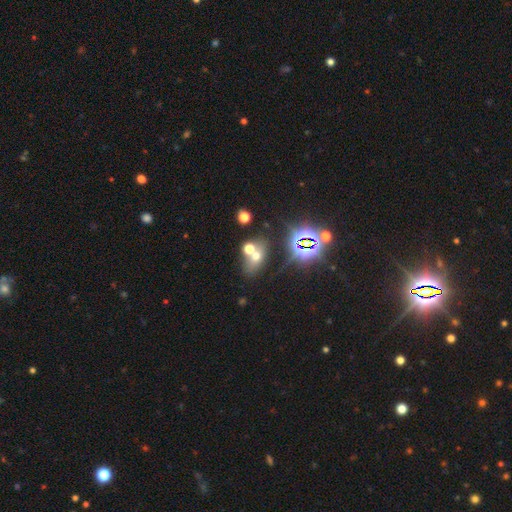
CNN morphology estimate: This is possibly a smooth galaxy (54%). How rounded: likely in between (66%). Merging: marginally none (43%).